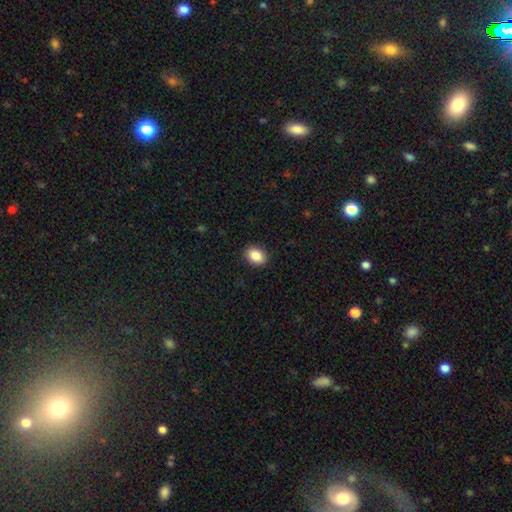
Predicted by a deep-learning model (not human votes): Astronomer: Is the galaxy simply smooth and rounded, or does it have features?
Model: smooth — 88%.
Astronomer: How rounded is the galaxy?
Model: in between — 74%.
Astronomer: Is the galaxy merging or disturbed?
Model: none — 90%.